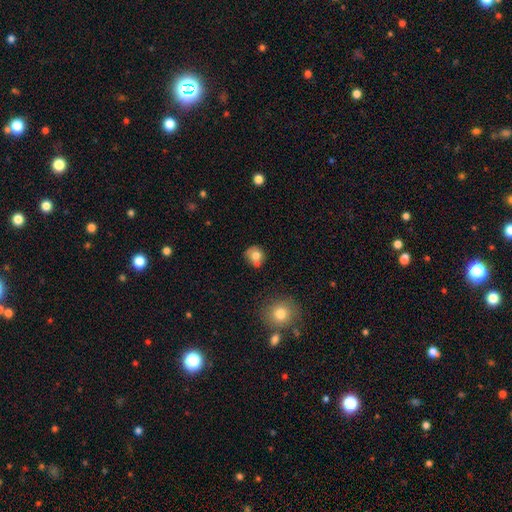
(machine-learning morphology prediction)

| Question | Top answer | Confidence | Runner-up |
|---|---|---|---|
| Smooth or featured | smooth | 75% | featured or disk (15%) |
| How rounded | round | 82% | in between (17%) |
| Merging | none | 56% | merger (20%) |